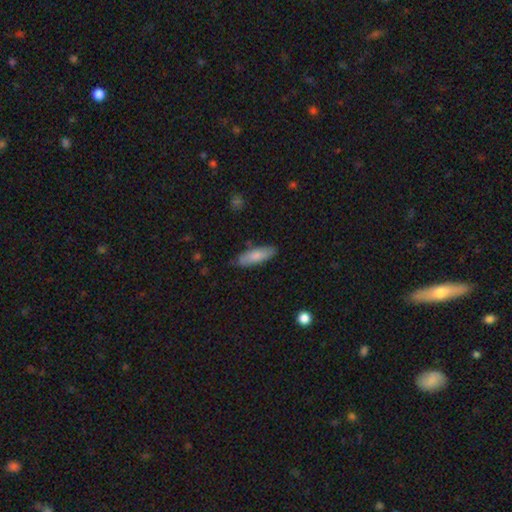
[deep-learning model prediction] Q: Smooth or featured?
A: smooth (80%); runner-up: featured or disk (14%)
Q: How rounded?
A: in between (50%); runner-up: cigar-shaped (48%)
Q: Merging?
A: none (80%); runner-up: minor disturbance (15%)